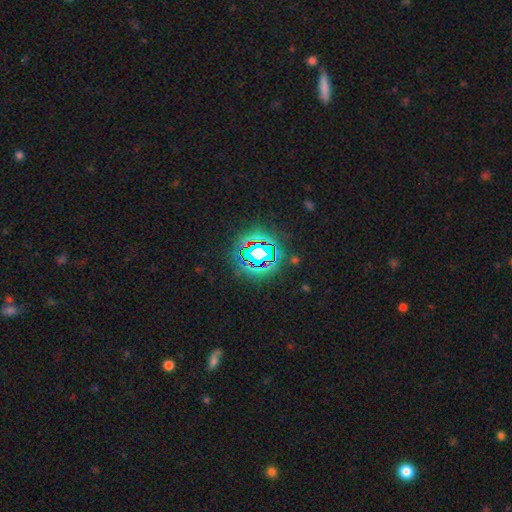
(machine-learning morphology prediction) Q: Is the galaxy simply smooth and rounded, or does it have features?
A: star or artifact — 74%.